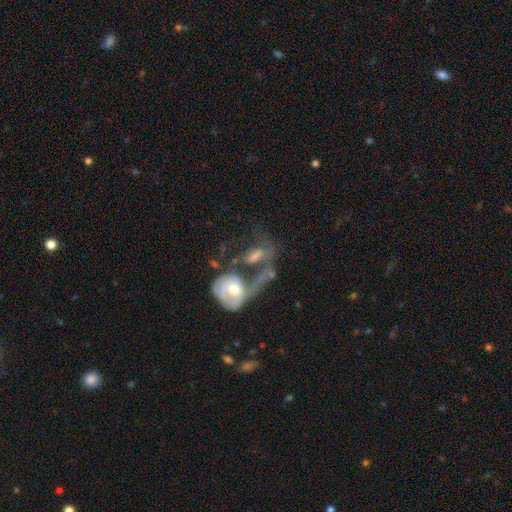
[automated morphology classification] The model was most divided on "spiral arms": no: 51%, yes: 49%. More confident: edge-on disk — no (91%); bar — no (66%); bulge size — moderate (62%); merging — merger (55%); smooth or featured — featured or disk (55%).